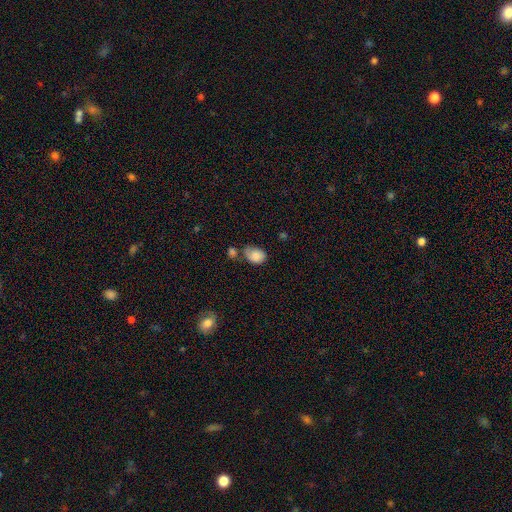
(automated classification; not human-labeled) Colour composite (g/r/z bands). It shows a smooth galaxy with no disk features (82%) that is in between round and cigar-shaped (69%). Merging: none (40%).